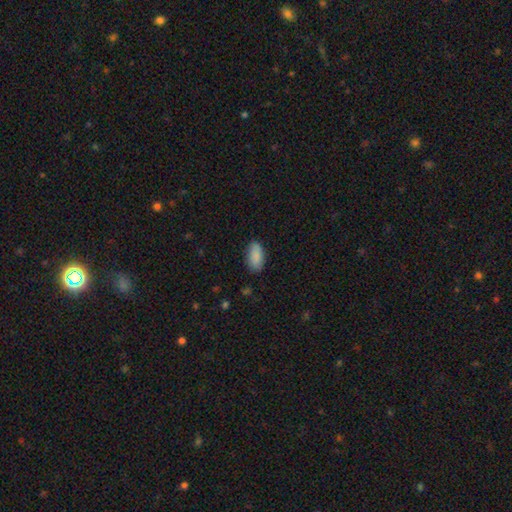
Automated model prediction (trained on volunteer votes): smooth 88%, star or artifact 6%, featured or disk 5%. Down the decision tree: how rounded — in between (92%); merging — none (84%).